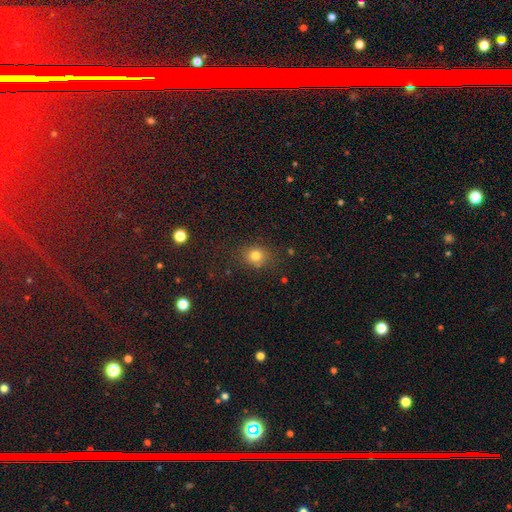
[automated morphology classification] smooth-or-featured: smooth: 79% | star or artifact: 14% | featured or disk: 7%
  how-rounded: round: 74% | in between: 25% | cigar-shaped: 1%
  merging: none: 81% | minor disturbance: 12% | major disturbance: 4% | merger: 3%